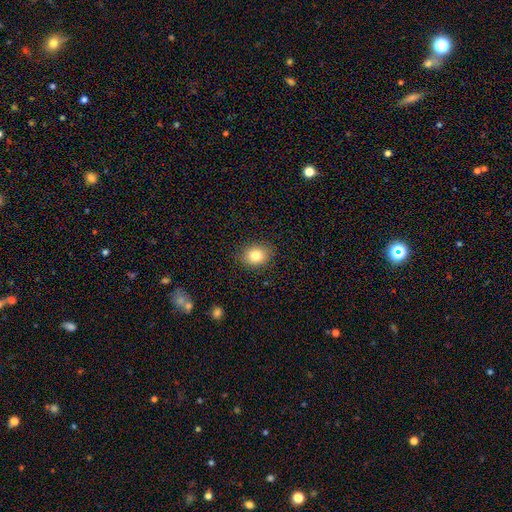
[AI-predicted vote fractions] smooth_or_featured: smooth (p=0.82) [alt: star or artifact p=0.10]
how_rounded: round (p=0.54) [alt: in between p=0.45]
merging: none (p=0.87) [alt: minor disturbance p=0.09]